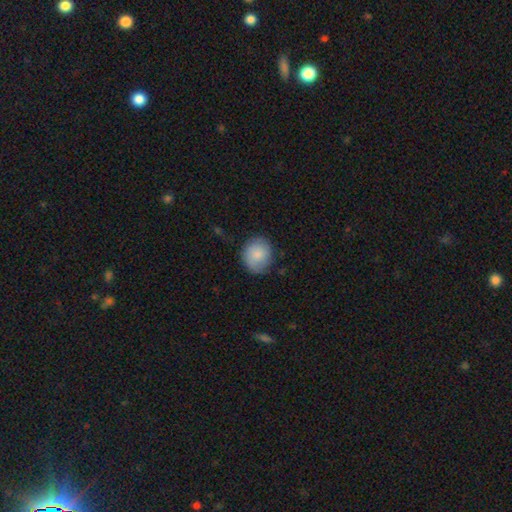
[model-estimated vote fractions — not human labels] Q: Smooth or featured?
A: smooth (80%); runner-up: featured or disk (14%)
Q: How rounded?
A: round (76%); runner-up: in between (23%)
Q: Merging?
A: none (76%); runner-up: minor disturbance (18%)